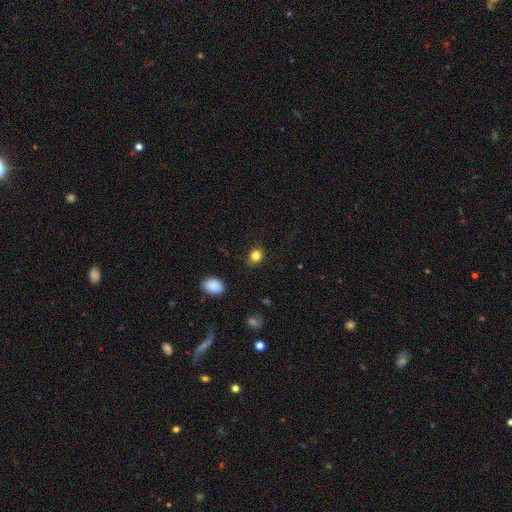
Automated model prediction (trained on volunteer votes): Smooth or featured? Predicted: smooth (p=0.83). How rounded? Predicted: round (p=0.64). Merging? Predicted: none (p=0.81).